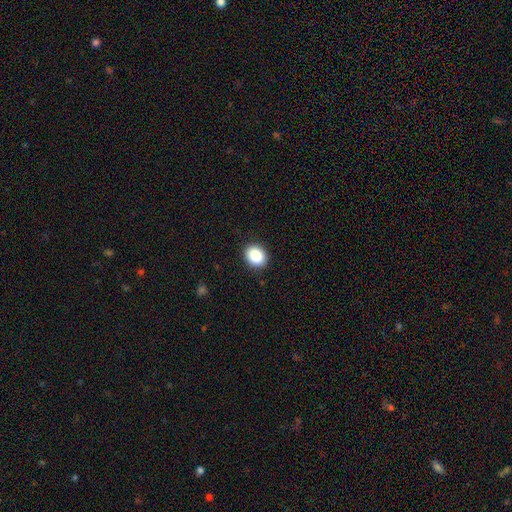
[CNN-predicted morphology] Q: Smooth or featured?
A: smooth (88%); runner-up: star or artifact (8%)
Q: How rounded?
A: round (52%); runner-up: in between (47%)
Q: Merging?
A: none (90%); runner-up: minor disturbance (7%)